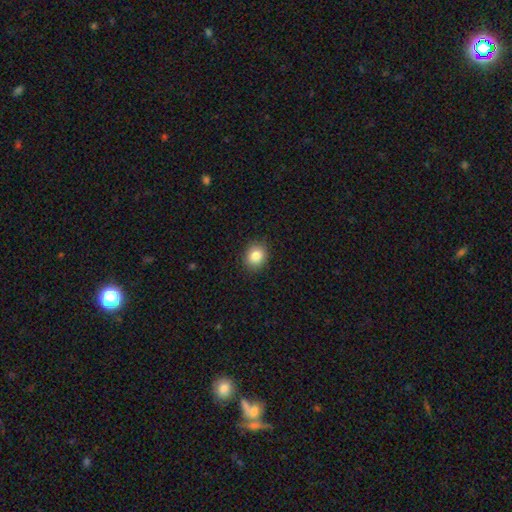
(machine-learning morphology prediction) Q: Smooth or featured?
A: smooth (84%); runner-up: star or artifact (10%)
Q: How rounded?
A: round (68%); runner-up: in between (31%)
Q: Merging?
A: none (90%); runner-up: minor disturbance (7%)